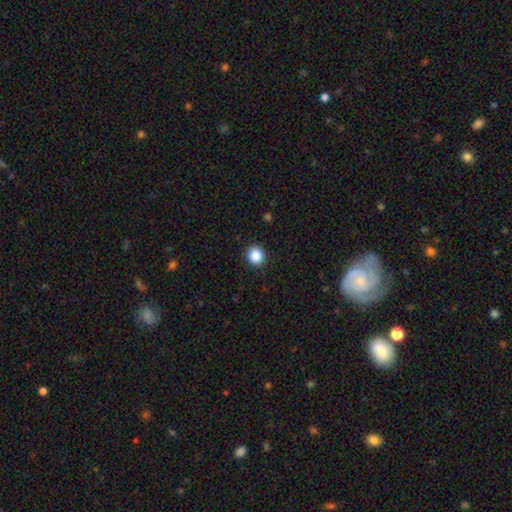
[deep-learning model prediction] The model was most divided on "how rounded": round: 87%, in between: 12%, cigar-shaped: 1%. More confident: merging — none (91%); smooth or featured — smooth (87%).